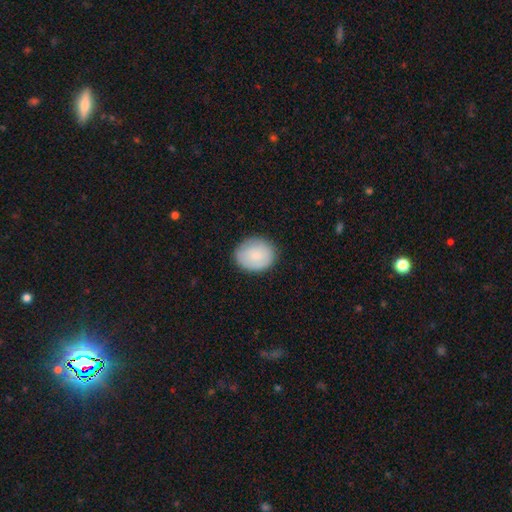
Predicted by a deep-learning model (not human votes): The model was most divided on "how rounded": round: 67%, in between: 32%, cigar-shaped: 1%. More confident: merging — none (85%); smooth or featured — smooth (82%).